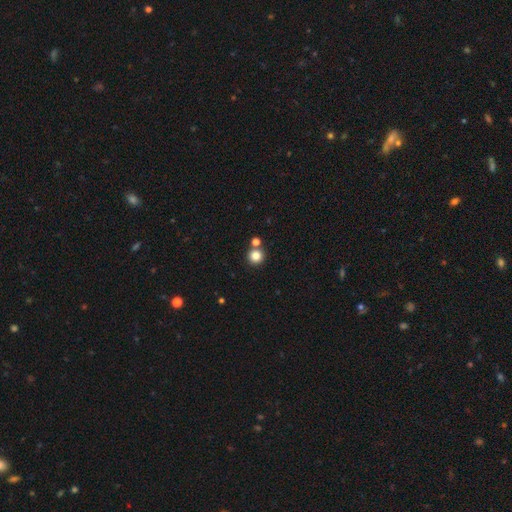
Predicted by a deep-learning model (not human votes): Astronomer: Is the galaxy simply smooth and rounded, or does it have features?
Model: smooth — 82%.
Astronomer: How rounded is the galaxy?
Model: round — 94%.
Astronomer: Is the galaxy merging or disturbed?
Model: none — 75%.